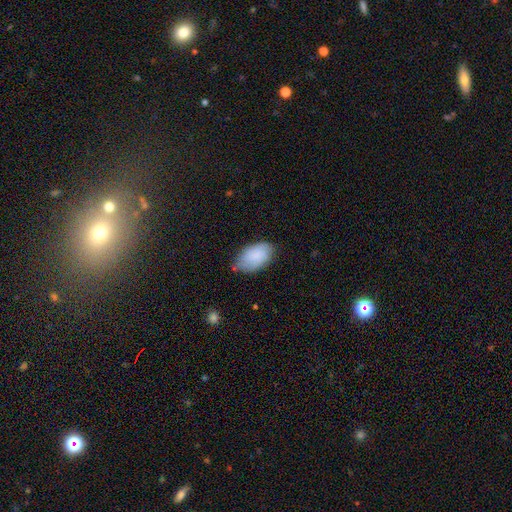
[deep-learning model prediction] The model was most divided on "merging": none: 61%, minor disturbance: 31%, major disturbance: 5%, merger: 2%. More confident: how rounded — in between (94%); smooth or featured — smooth (81%).